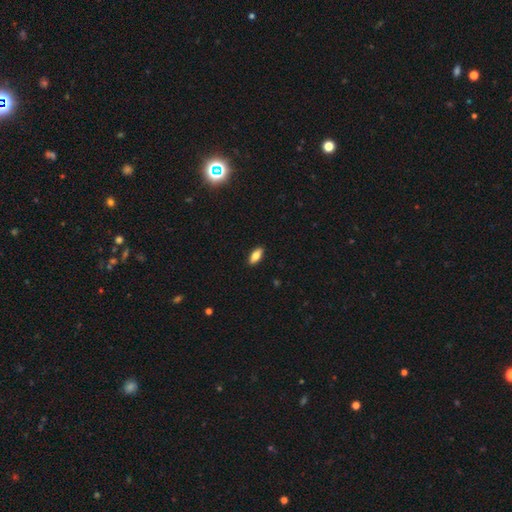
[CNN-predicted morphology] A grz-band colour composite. It shows a smooth galaxy with no disk features (79%) that is in between round and cigar-shaped (82%). Merging: none (90%).